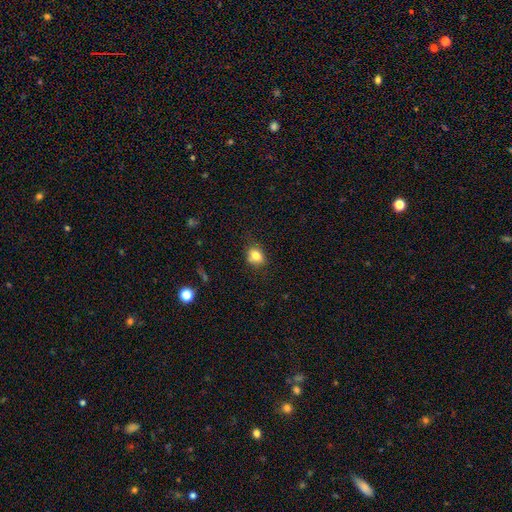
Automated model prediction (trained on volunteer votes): Smooth or featured? smooth (79%)
How rounded? in between (54%)
Merging? none (65%)